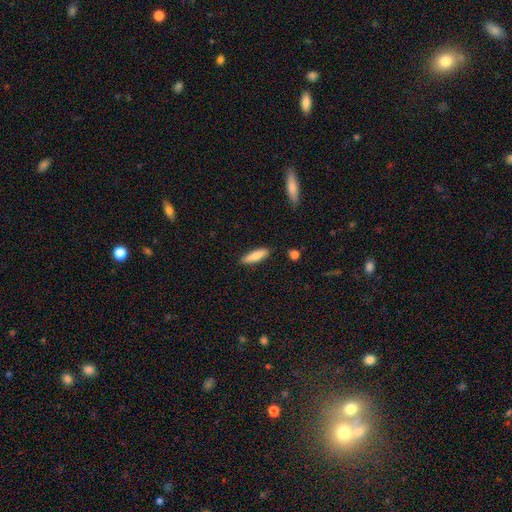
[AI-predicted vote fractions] smooth_or_featured: smooth (p=0.79) [alt: featured or disk p=0.15]
how_rounded: cigar-shaped (p=0.66) [alt: in between p=0.33]
merging: none (p=0.87) [alt: minor disturbance p=0.09]